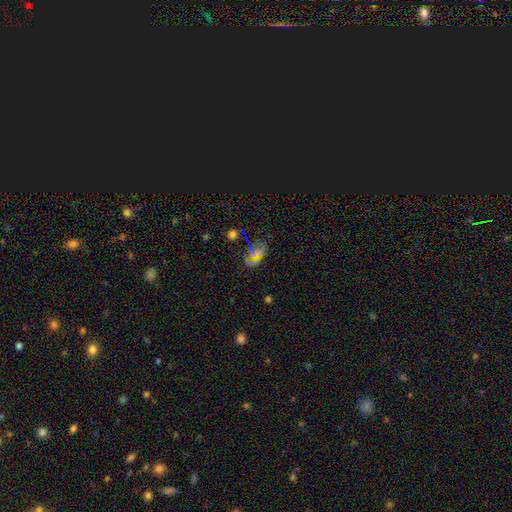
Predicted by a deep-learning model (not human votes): This appears to be a smooth galaxy with no disk features (43%). Merging: none (55%).